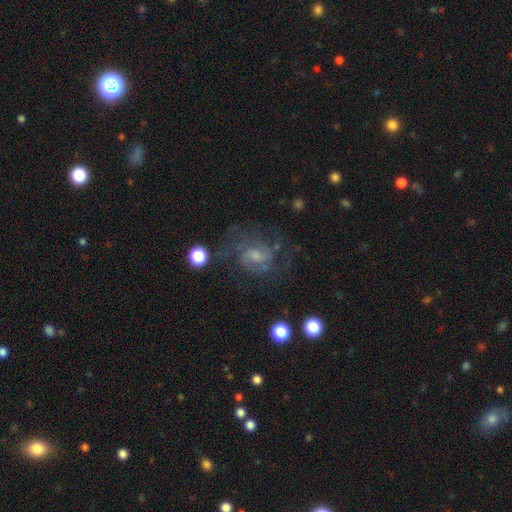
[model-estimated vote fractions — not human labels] This appears to be a featured or disk galaxy (62%) with no bar (56%), spiral arms (82%) and a moderate central bulge (40%). Merging: none (56%).